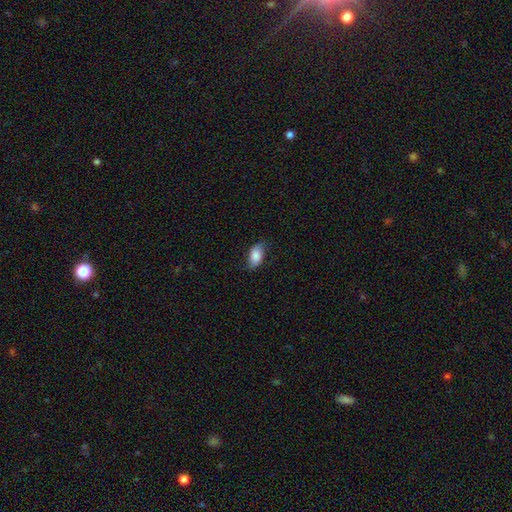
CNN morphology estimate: Smooth or featured? smooth (82%)
How rounded? in between (91%)
Merging? none (75%)